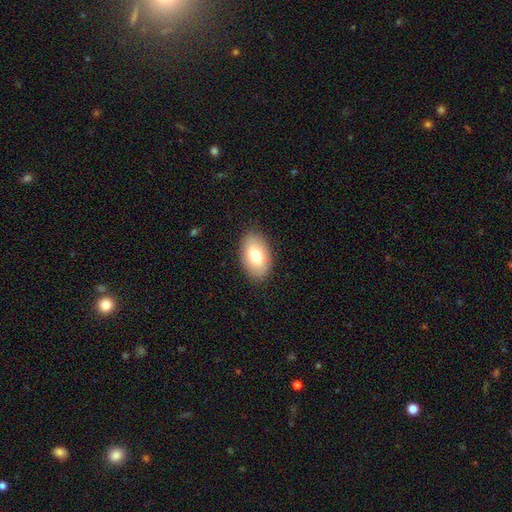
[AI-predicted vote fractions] Smooth or featured: smooth — 78% (featured or disk — 15%)
How rounded: in between — 93% (round — 6%)
Merging: none — 87% (minor disturbance — 10%)